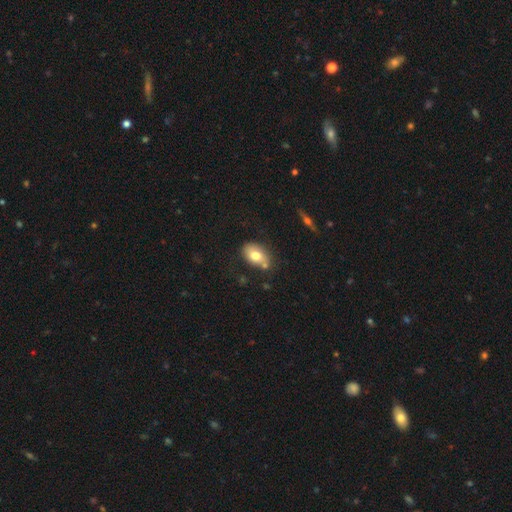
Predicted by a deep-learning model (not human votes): smooth_or_featured: smooth (p=0.74) [alt: featured or disk p=0.18]
how_rounded: in between (p=0.83) [alt: round p=0.16]
merging: none (p=0.67) [alt: minor disturbance p=0.18]